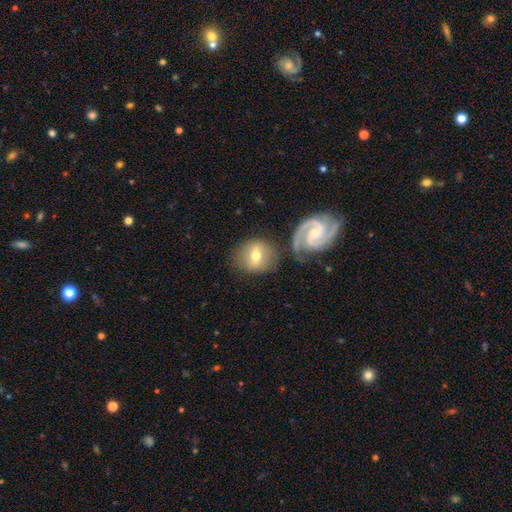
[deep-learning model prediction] A featured or disk galaxy (50%). Merging: none (64%).